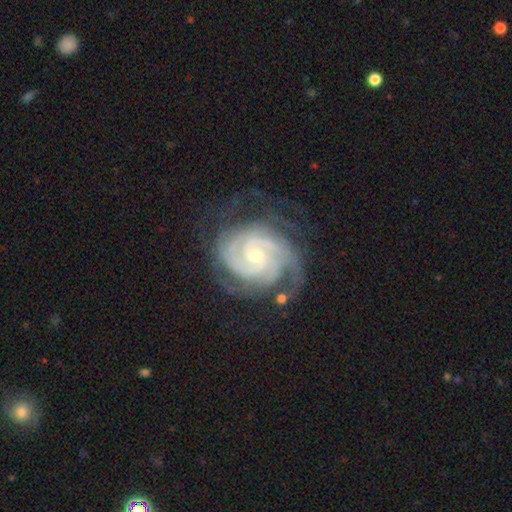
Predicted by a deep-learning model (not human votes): Smooth or featured? featured or disk (92%)
Edge-on disk? no (98%)
Bar? no (64%)
Spiral arms? yes (98%)
Spiral winding? tight (75%)
Spiral arm count? 2 (31%)
Bulge size? small (57%)
Merging? none (67%)